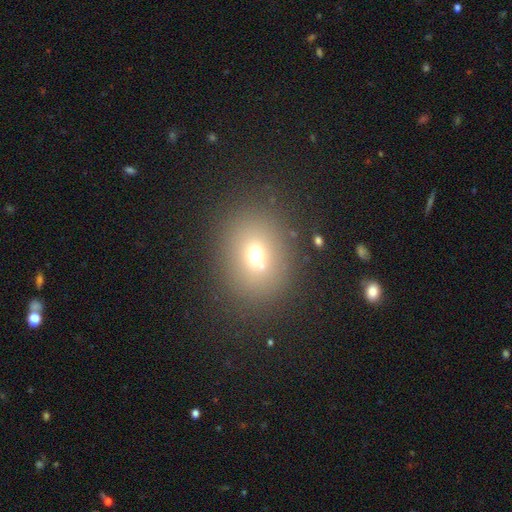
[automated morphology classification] smooth_or_featured: smooth (p=0.67) [alt: star or artifact p=0.18]
how_rounded: round (p=0.58) [alt: in between p=0.41]
merging: none (p=0.79) [alt: minor disturbance p=0.10]